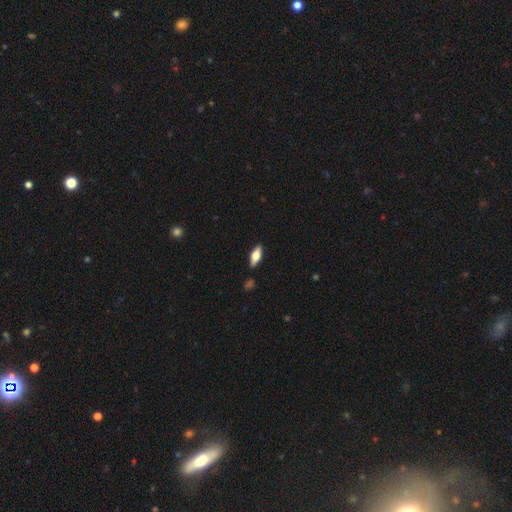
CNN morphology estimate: The model was most divided on "smooth or featured": smooth: 56%, featured or disk: 37%, star or artifact: 6%. More confident: merging — none (88%); how rounded — in between (74%).